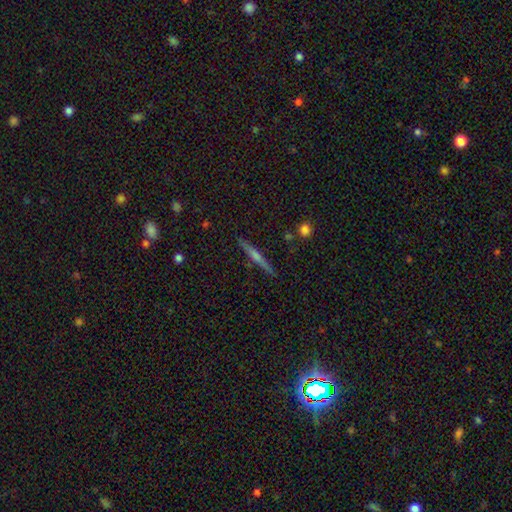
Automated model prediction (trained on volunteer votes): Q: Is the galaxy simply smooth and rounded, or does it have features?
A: featured or disk — 63%.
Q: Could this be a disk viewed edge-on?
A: yes — 98%.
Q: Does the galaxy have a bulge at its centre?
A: rounded — 64%.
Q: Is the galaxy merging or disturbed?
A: none — 90%.